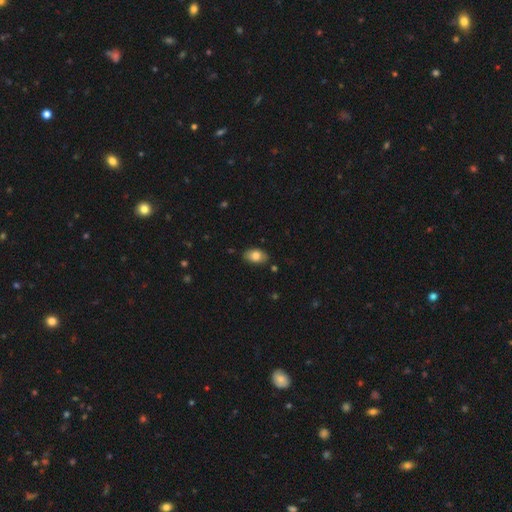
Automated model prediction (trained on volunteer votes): Morphology: type=smooth (81%); roundness=in between (90%); merging=none (84%).